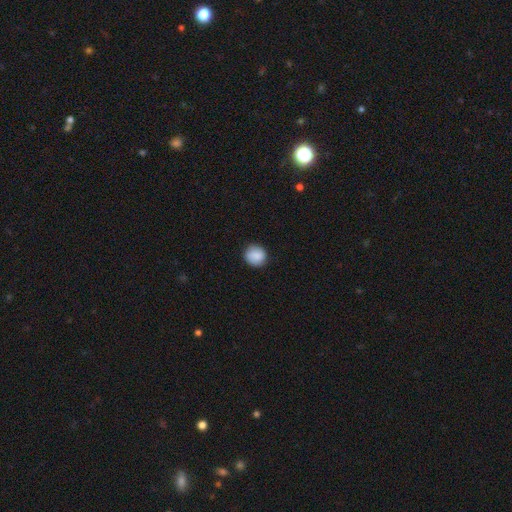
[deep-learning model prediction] Smooth or featured?
  - smooth: 87% *
  - star or artifact: 8%
  - featured or disk: 6%
How rounded?
  - round: 89% *
  - in between: 10%
  - cigar-shaped: 1%
Merging?
  - none: 88% *
  - minor disturbance: 9%
  - major disturbance: 2%
  - merger: 1%